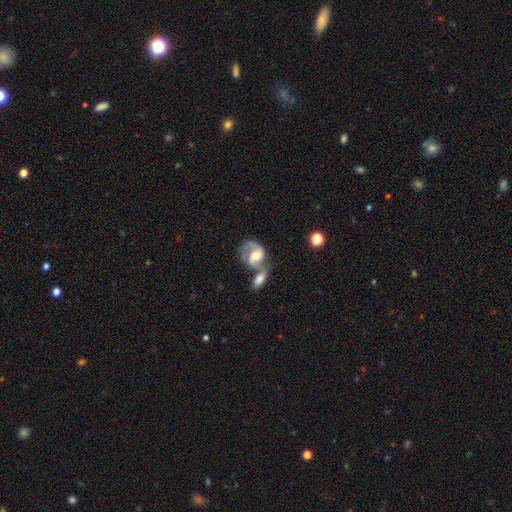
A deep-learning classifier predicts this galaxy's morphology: Smooth or featured? Predicted: featured or disk (p=0.74). Edge-on disk? Predicted: no (p=0.97). Bar? Predicted: no (p=0.46). Spiral arms? Predicted: yes (p=0.88). Spiral winding? Predicted: medium (p=0.52). Spiral arm count? Predicted: 2 (p=0.78). Bulge size? Predicted: moderate (p=0.61). Merging? Predicted: merger (p=0.52).